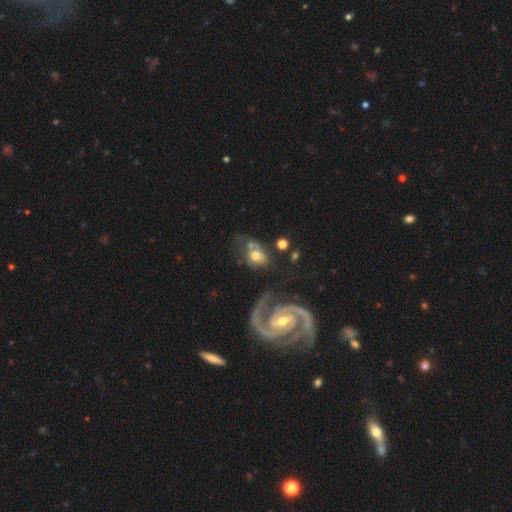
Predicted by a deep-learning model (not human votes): Overall: featured or disk (45%, tied with smooth). Merging: none (37%; major disturbance 23%).